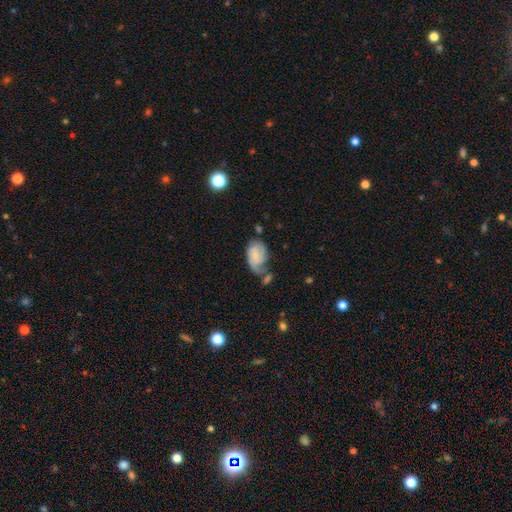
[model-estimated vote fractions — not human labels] smooth-or-featured: featured or disk: 49% | smooth: 44% | star or artifact: 7%
  merging: none: 34% | minor disturbance: 27% | major disturbance: 21% | merger: 17%